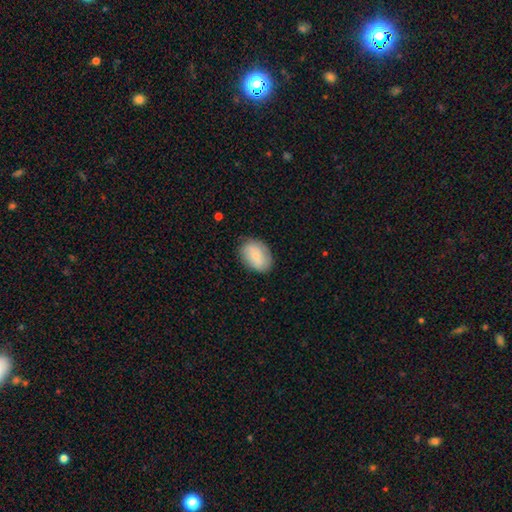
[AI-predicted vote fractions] Q: Smooth or featured?
A: smooth (78%); runner-up: featured or disk (16%)
Q: How rounded?
A: in between (83%); runner-up: round (15%)
Q: Merging?
A: none (78%); runner-up: minor disturbance (17%)